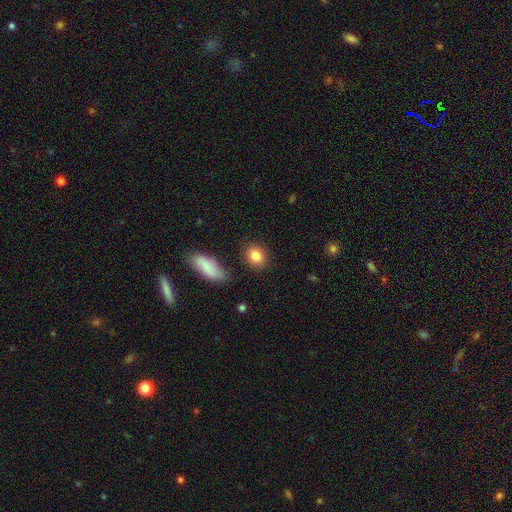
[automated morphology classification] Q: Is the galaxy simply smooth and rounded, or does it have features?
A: smooth — 85%.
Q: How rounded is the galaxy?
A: round — 55%.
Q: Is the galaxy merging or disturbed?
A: none — 84%.